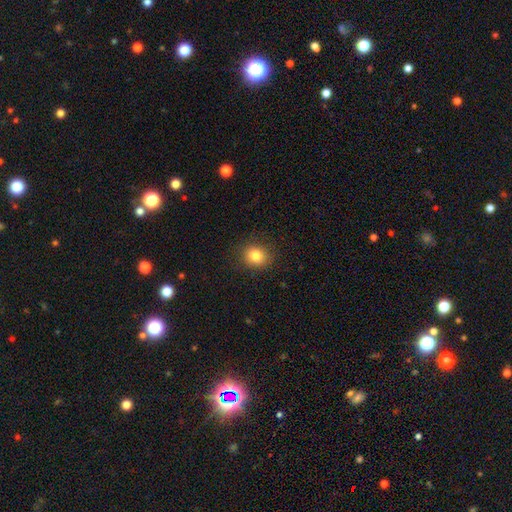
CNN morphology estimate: A smooth galaxy with no disk features (82%) that is round (76%). Merging: none (89%).